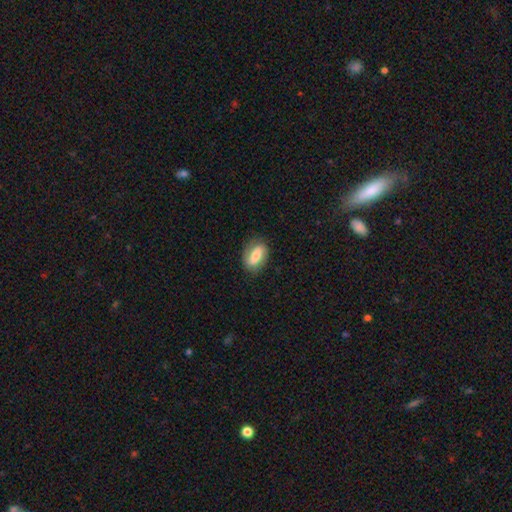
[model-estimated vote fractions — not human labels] smooth_or_featured: smooth (p=0.64) [alt: featured or disk p=0.29]
how_rounded: in between (p=0.85) [alt: round p=0.09]
merging: none (p=0.81) [alt: minor disturbance p=0.14]